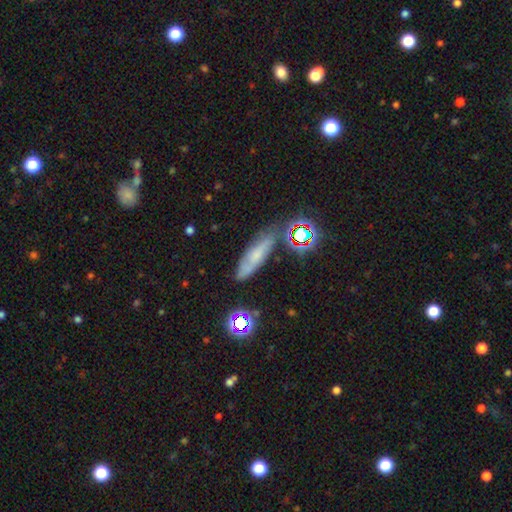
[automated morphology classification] The model was most divided on "smooth or featured": smooth: 43%, featured or disk: 32%, star or artifact: 26%. More confident: merging — none (68%).